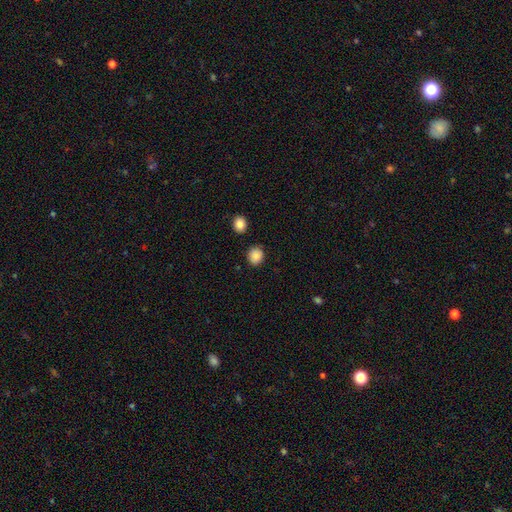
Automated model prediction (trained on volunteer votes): A smooth galaxy with no disk features (87%) that is round (81%).

Vote fractions:
- Smooth or featured? smooth: 87% / star or artifact: 9% / featured or disk: 4%
- How rounded? round: 81% / in between: 19% / cigar-shaped: 1%
- Merging? none: 86% / minor disturbance: 8% / merger: 3% / major disturbance: 2%